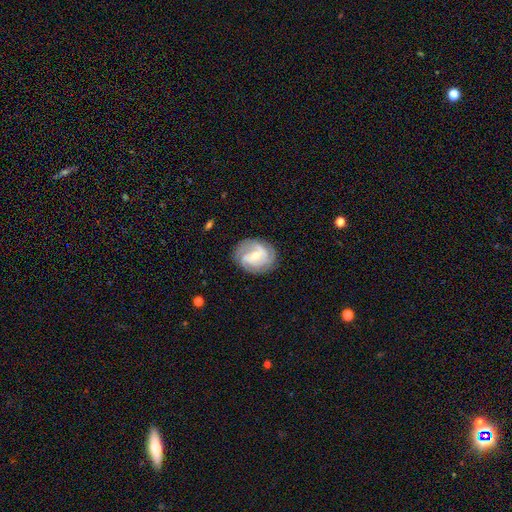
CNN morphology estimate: Smooth or featured?
  - featured or disk: 80% *
  - smooth: 14%
  - star or artifact: 6%
Edge-on disk?
  - no: 97% *
  - yes: 3%
Bar?
  - weak: 49% *
  - no: 30%
  - strong: 21%
Spiral arms?
  - yes: 94% *
  - no: 6%
Spiral winding?
  - tight: 54% *
  - medium: 35%
  - loose: 10%
Spiral arm count?
  - 2: 35% *
  - 3: 28%
  - can't tell: 22%
  - 4: 7%
  - 1: 5%
  - more than 4: 4%
Bulge size?
  - moderate: 48% *
  - small: 46%
  - large: 3%
  - none: 2%
  - dominant: 1%
Merging?
  - none: 78% *
  - minor disturbance: 15%
  - major disturbance: 6%
  - merger: 1%